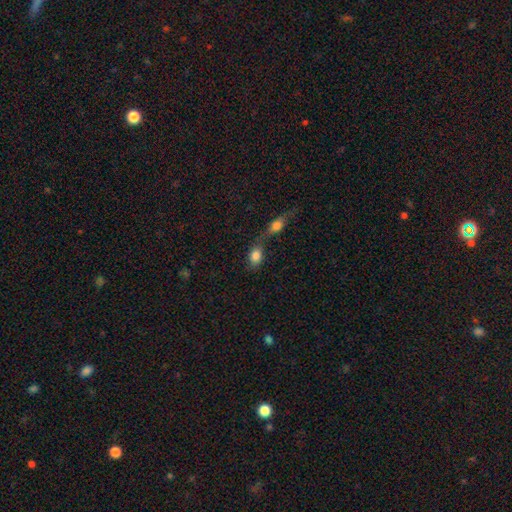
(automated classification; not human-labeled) smooth-or-featured: smooth: 82% | featured or disk: 9% | star or artifact: 9%
  how-rounded: in between: 72% | round: 24% | cigar-shaped: 3%
  merging: merger: 53% | none: 32% | minor disturbance: 9% | major disturbance: 6%